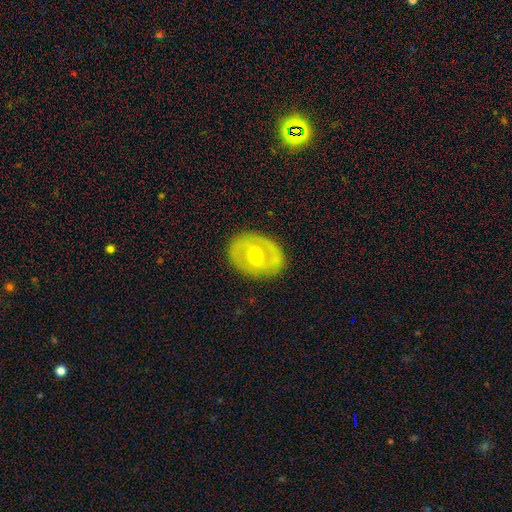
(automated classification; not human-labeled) The model was most divided on "bar": no: 51%, weak: 34%, strong: 15%. More confident: edge-on disk — no (94%); merging — none (84%); bulge size — moderate (67%); spiral arms — no (64%); smooth or featured — featured or disk (62%).